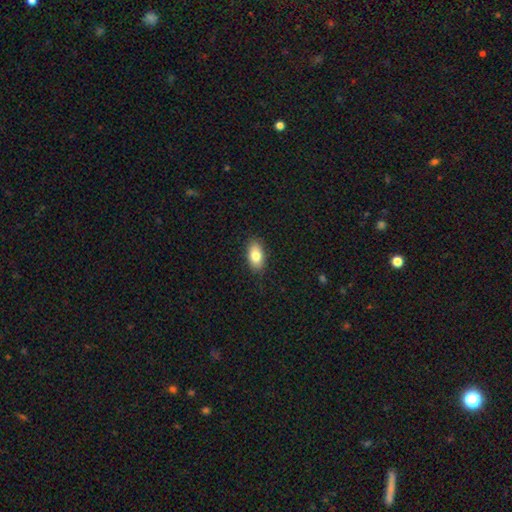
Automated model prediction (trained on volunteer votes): This appears to be a smooth galaxy with no disk features (80%) that is in between round and cigar-shaped (90%). Merging: none (86%).